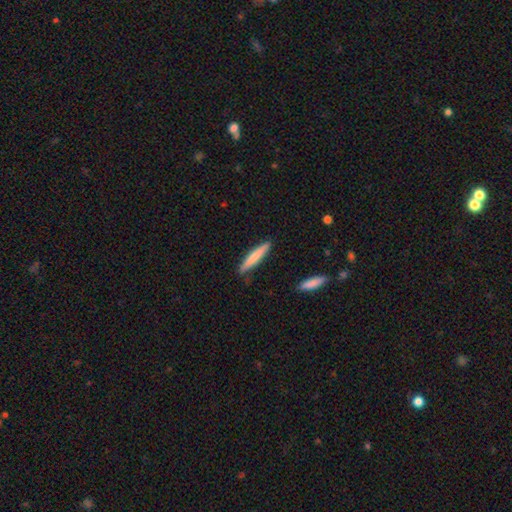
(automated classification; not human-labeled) Overall: smooth (72%). How rounded: cigar-shaped (92%). Merging: none (86%).